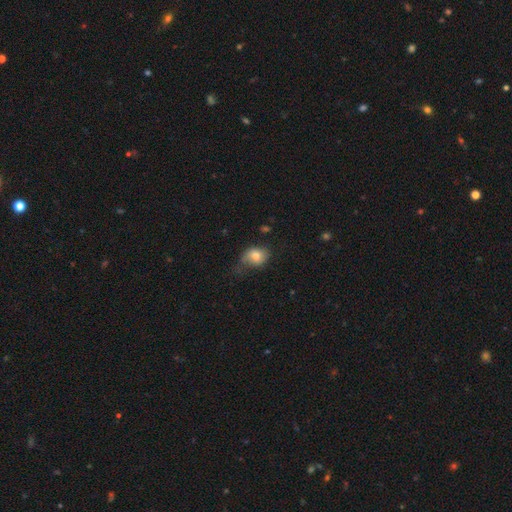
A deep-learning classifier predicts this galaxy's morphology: A smooth galaxy with no disk features (76%) that is in between round and cigar-shaped (59%). Merging: none (47%).